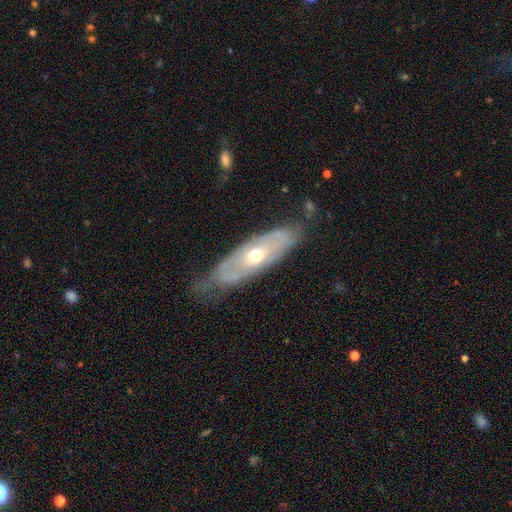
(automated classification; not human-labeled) The model was most divided on "merging": none: 60%, minor disturbance: 26%, major disturbance: 12%, merger: 2%. More confident: edge-on disk — no (74%); smooth or featured — featured or disk (65%).